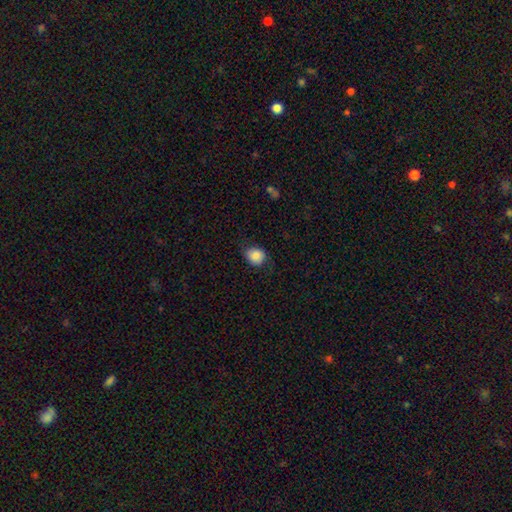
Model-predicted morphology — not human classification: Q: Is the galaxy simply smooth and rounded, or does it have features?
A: smooth — 84%.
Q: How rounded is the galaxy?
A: round — 70%.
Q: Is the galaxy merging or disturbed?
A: none — 72%.